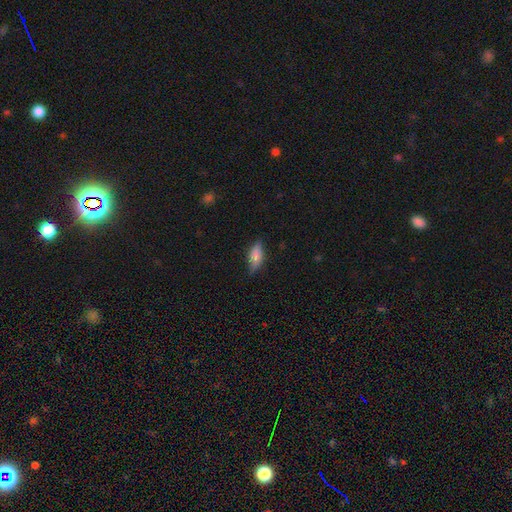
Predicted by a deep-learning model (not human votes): Q: Smooth or featured?
A: smooth (76%); runner-up: featured or disk (17%)
Q: How rounded?
A: in between (78%); runner-up: cigar-shaped (19%)
Q: Merging?
A: none (70%); runner-up: minor disturbance (25%)